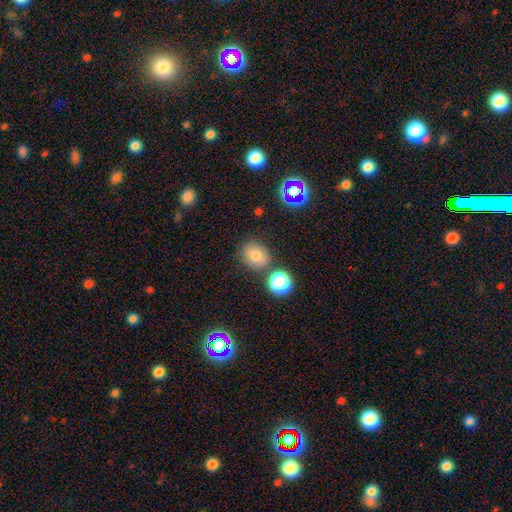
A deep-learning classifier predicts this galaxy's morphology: This appears to be a smooth galaxy with no disk features (78%) that is round (61%). Merging: none (74%).